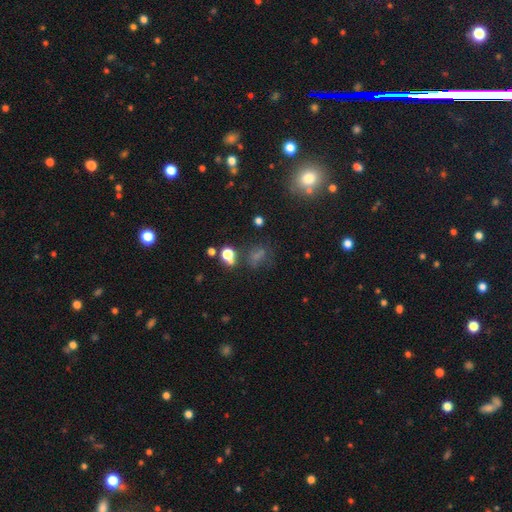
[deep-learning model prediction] Q: Smooth or featured?
A: smooth (44%); runner-up: star or artifact (42%)
Q: Merging?
A: none (68%); runner-up: minor disturbance (15%)